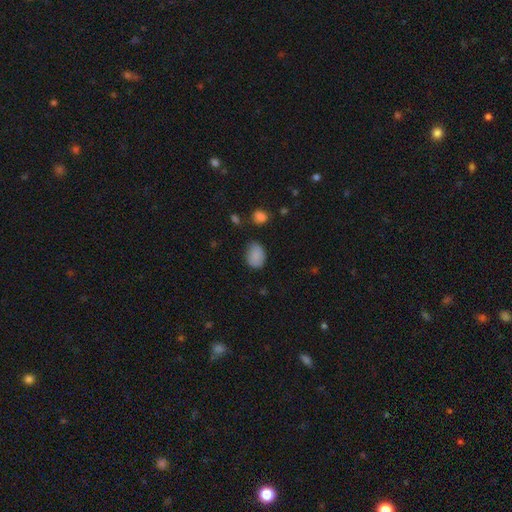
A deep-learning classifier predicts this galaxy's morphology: A smooth galaxy with no disk features (85%) that is in between round and cigar-shaped (74%).

Vote fractions:
- Smooth or featured? smooth: 85% / star or artifact: 8% / featured or disk: 6%
- How rounded? in between: 74% / round: 25% / cigar-shaped: 1%
- Merging? none: 68% / minor disturbance: 24% / major disturbance: 5% / merger: 3%